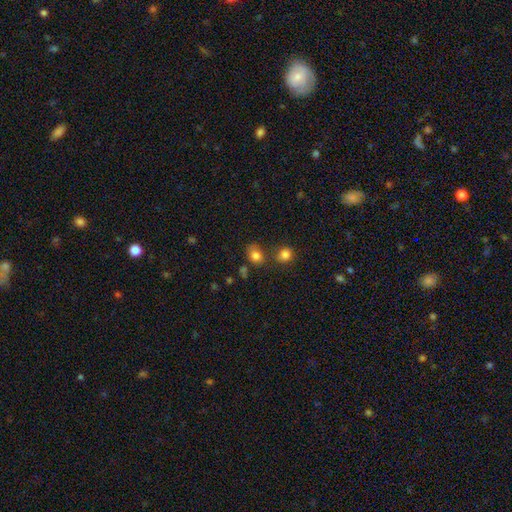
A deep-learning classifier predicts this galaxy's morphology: Smooth or featured? smooth (81%)
How rounded? in between (51%)
Merging? none (59%)